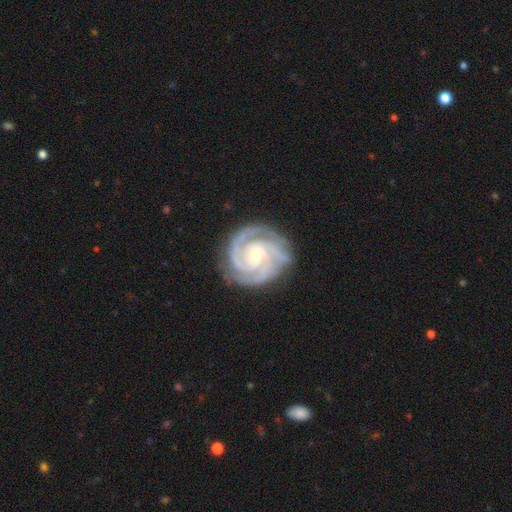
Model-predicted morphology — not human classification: Overall: featured or disk (93%). Edge-on disk: no (98%). Bar: no (46%; weak 39%). Spiral arms: yes (99%). Spiral arm count: 3 (51%; 2 17%). Spiral winding: tight (75%). Bulge size: small (65%; moderate 32%). Merging: none (81%).